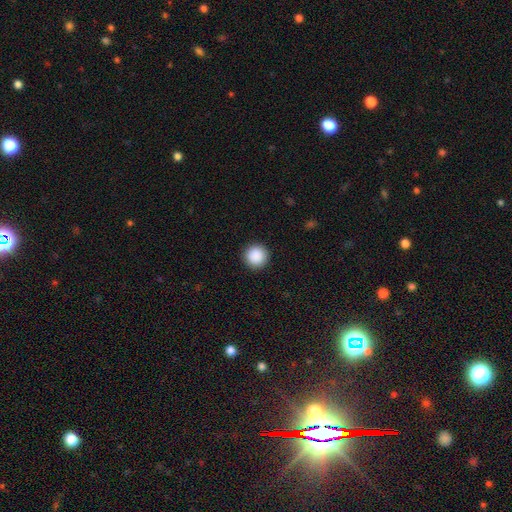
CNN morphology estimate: This appears to be a smooth galaxy with no disk features (89%) that is round (96%). Merging: none (92%).